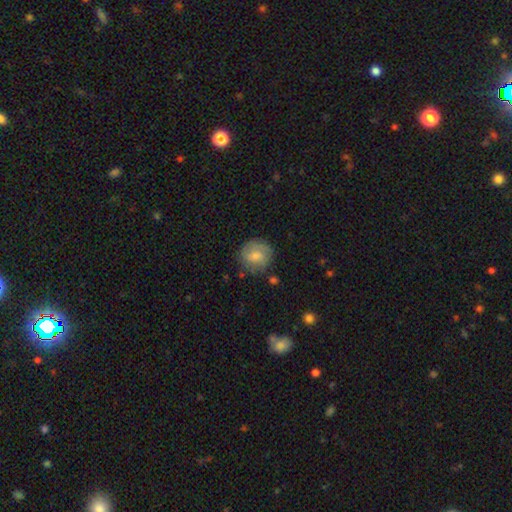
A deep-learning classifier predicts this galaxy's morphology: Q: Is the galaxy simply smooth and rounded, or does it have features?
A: smooth — 55%.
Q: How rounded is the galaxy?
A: round — 85%.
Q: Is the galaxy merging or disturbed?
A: none — 71%.